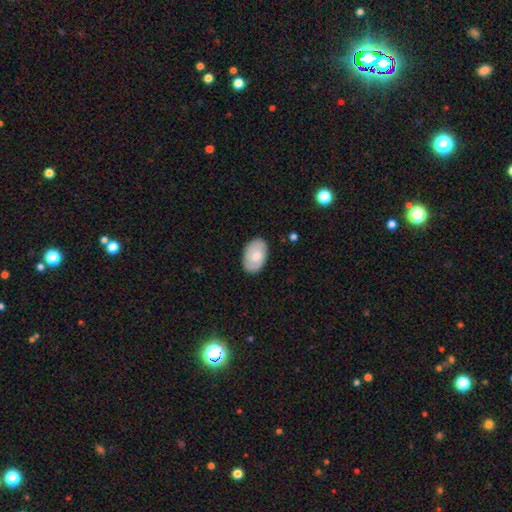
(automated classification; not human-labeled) Overall: smooth (71%). How rounded: in between (91%). Merging: none (85%).